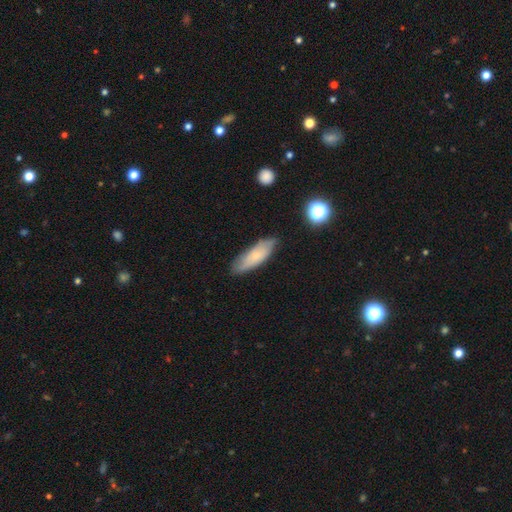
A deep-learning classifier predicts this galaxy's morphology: This appears to be a smooth galaxy with no disk features (67%) that is in between round and cigar-shaped (58%). Merging: none (77%).